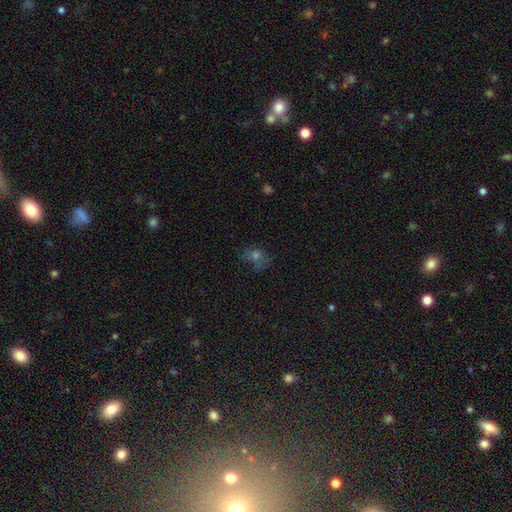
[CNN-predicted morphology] smooth-or-featured: smooth: 54% | star or artifact: 28% | featured or disk: 18%
  how-rounded: in between: 50% | round: 48% | cigar-shaped: 2%
  merging: none: 56% | minor disturbance: 25% | major disturbance: 14% | merger: 4%